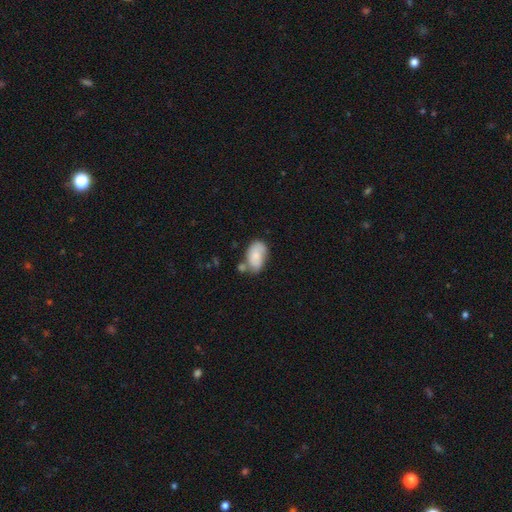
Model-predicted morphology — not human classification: This is likely a smooth galaxy (77%). How rounded: clearly in between (92%). Merging: marginally none (44%).